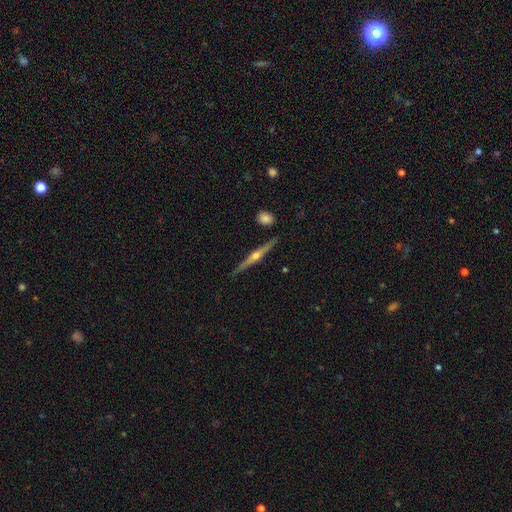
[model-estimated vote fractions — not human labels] Smooth or featured?
  - featured or disk: 83% *
  - smooth: 11%
  - star or artifact: 6%
Edge-on disk?
  - yes: 98% *
  - no: 2%
Edge-on bulge?
  - rounded: 94% *
  - none: 3%
  - boxy: 3%
Merging?
  - none: 90% *
  - minor disturbance: 7%
  - merger: 2%
  - major disturbance: 1%